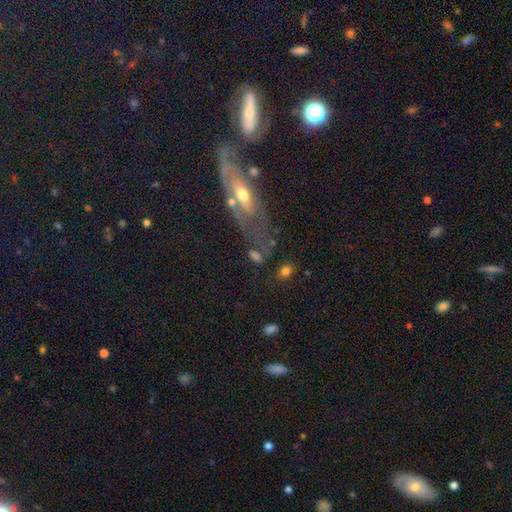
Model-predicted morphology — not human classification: Smooth or featured? smooth (56%)
How rounded? in between (66%)
Merging? none (52%)